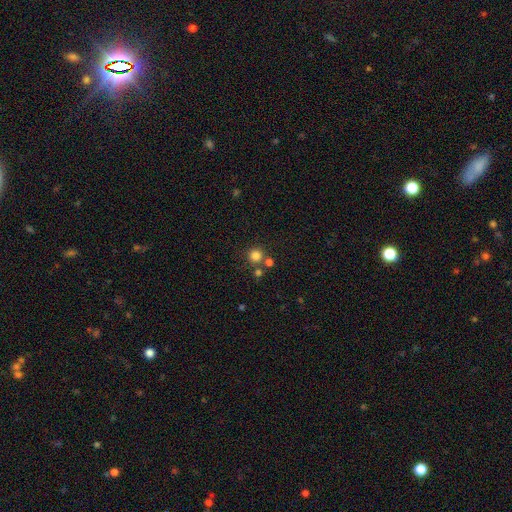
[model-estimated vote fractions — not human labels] smooth_or_featured: smooth (p=0.80) [alt: star or artifact p=0.14]
how_rounded: round (p=0.94) [alt: in between p=0.05]
merging: none (p=0.72) [alt: merger p=0.18]